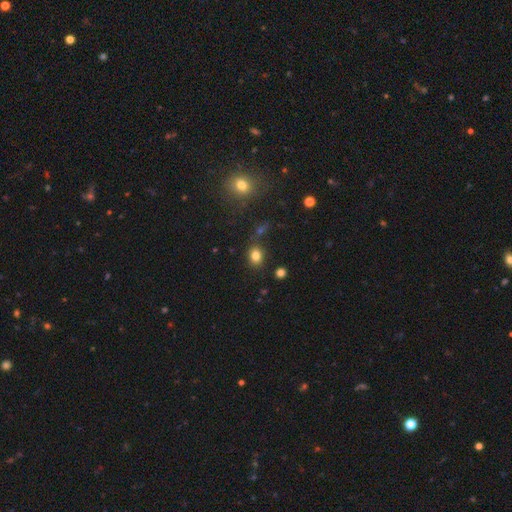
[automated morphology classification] Smooth or featured: smooth — 80% (star or artifact — 13%)
How rounded: round — 51% (in between — 48%)
Merging: none — 78% (minor disturbance — 12%)